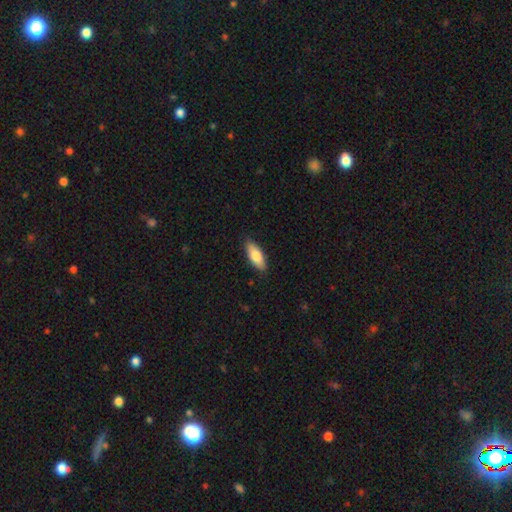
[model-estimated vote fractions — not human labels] Smooth or featured? smooth (79%)
How rounded? in between (78%)
Merging? none (86%)